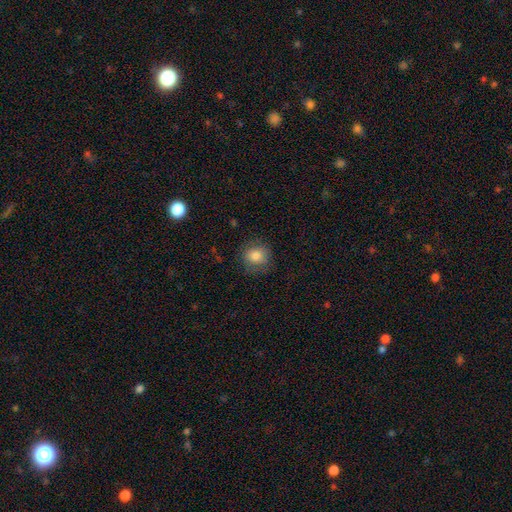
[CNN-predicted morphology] Smooth or featured: smooth — 80% (featured or disk — 11%)
How rounded: round — 86% (in between — 13%)
Merging: none — 80% (minor disturbance — 14%)